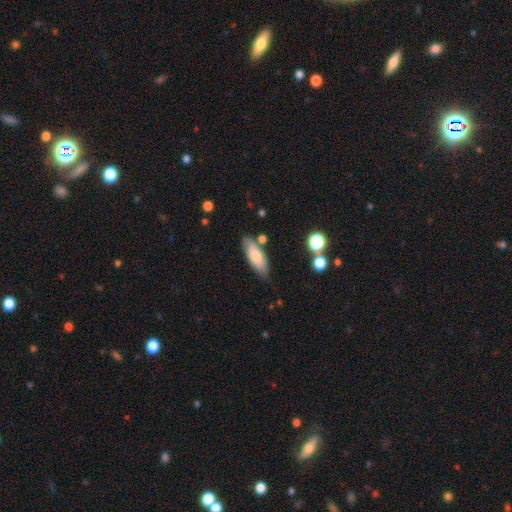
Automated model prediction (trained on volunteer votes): This is likely a smooth galaxy (70%). How rounded: likely in between (65%). Merging: likely none (75%).